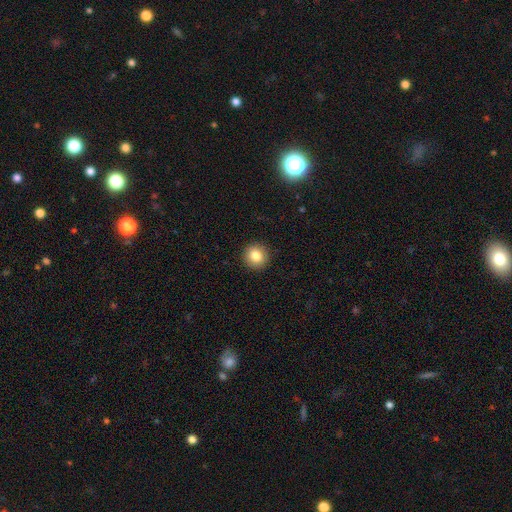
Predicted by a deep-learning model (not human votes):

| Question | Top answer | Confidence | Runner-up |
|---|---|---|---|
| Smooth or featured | smooth | 83% | star or artifact (10%) |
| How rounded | round | 93% | in between (6%) |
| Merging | none | 92% | minor disturbance (5%) |